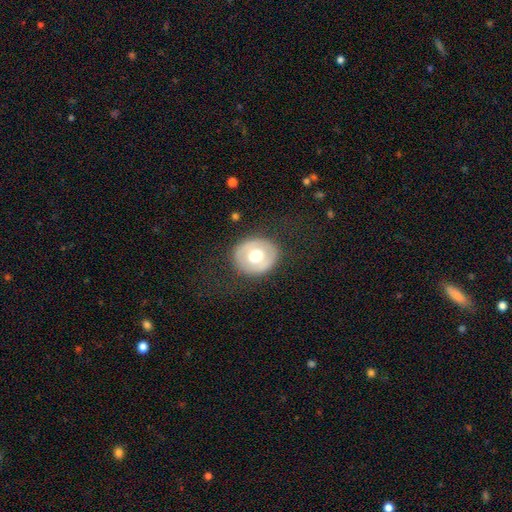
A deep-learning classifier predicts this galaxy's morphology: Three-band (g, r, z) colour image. It shows a smooth galaxy with no disk features (54%) that is round (72%). Merging: none (83%).